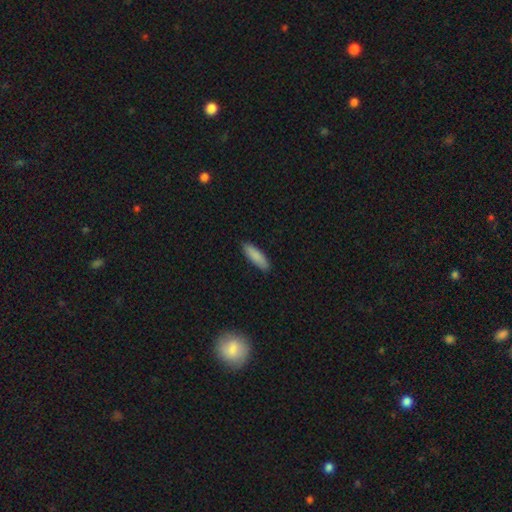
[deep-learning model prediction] smooth 87%, featured or disk 7%, star or artifact 6%. Down the decision tree: how rounded — cigar-shaped (57%); merging — none (89%).